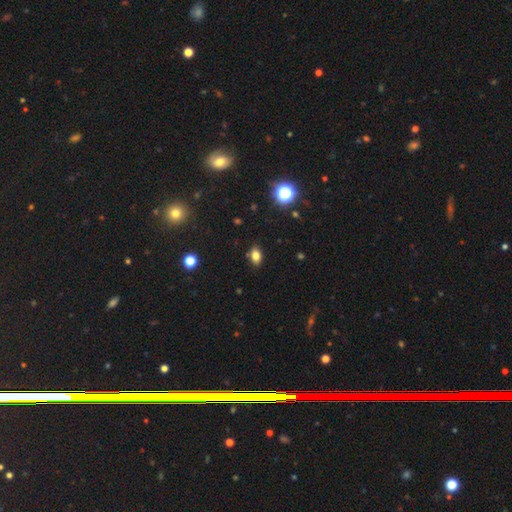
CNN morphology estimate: A smooth galaxy with no disk features (79%) that is in between round and cigar-shaped (82%). Merging: none (85%).